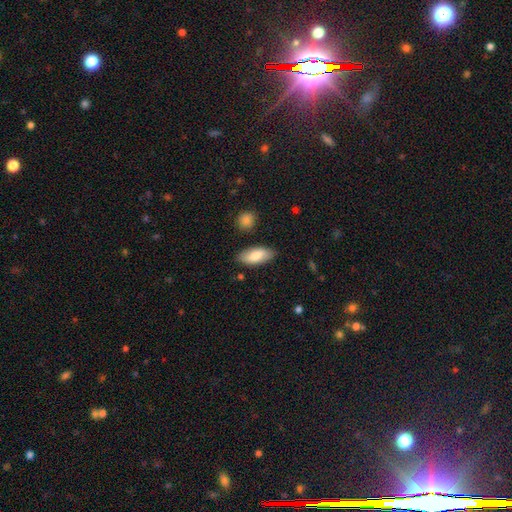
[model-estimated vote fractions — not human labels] Morphology: type=smooth (79%); roundness=in between (86%); merging=none (83%).